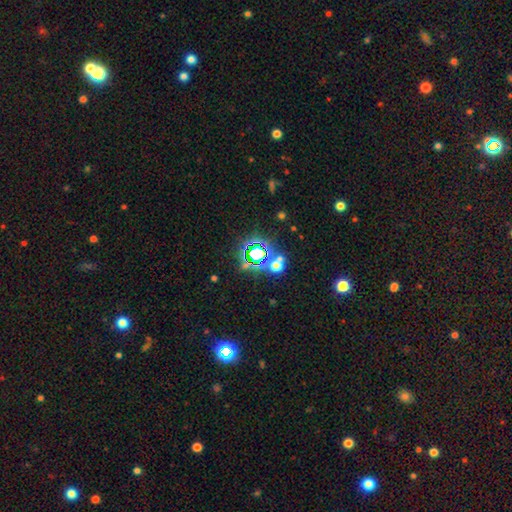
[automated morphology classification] Smooth or featured?
  - star or artifact: 68% *
  - smooth: 22%
  - featured or disk: 10%